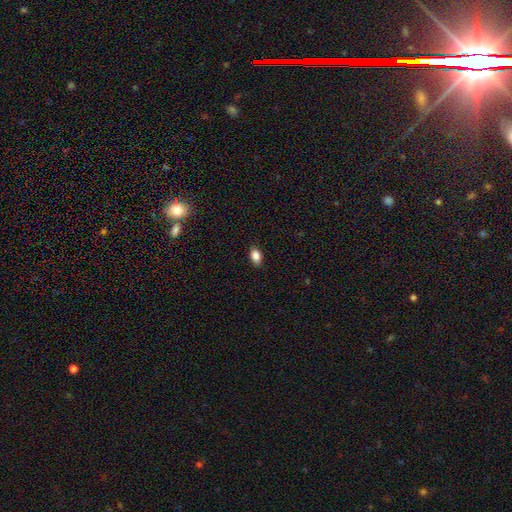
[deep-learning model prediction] Morphology: type=smooth (84%); roundness=in between (86%); merging=none (87%).